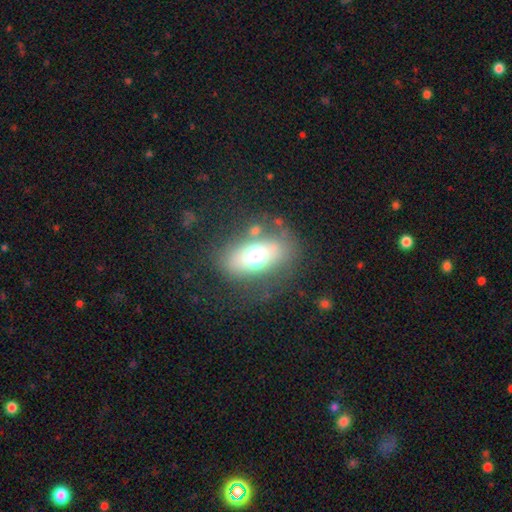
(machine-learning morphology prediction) Smooth or featured? Predicted: smooth (p=0.55). How rounded? Predicted: in between (p=0.69). Merging? Predicted: none (p=0.70).